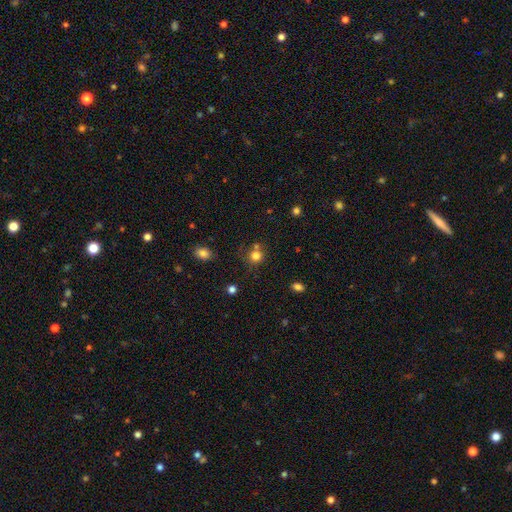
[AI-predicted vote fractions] smooth-or-featured: smooth: 79% | star or artifact: 14% | featured or disk: 6%
  how-rounded: round: 88% | in between: 11% | cigar-shaped: 1%
  merging: none: 65% | merger: 18% | minor disturbance: 12% | major disturbance: 5%